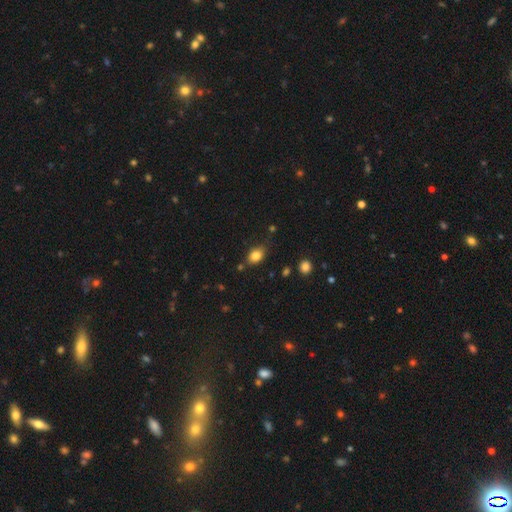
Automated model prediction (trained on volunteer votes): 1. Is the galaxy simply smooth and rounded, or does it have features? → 83% smooth, 10% star or artifact, 7% featured or disk.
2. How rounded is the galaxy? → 72% in between, 27% round, 1% cigar-shaped.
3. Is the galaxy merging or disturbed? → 73% none, 18% minor disturbance, 4% merger, 4% major disturbance.